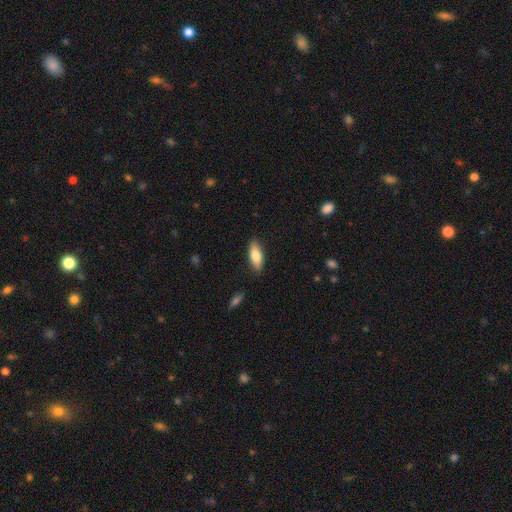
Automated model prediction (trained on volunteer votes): A smooth galaxy with no disk features (77%) that is in between round and cigar-shaped (71%).

Vote fractions:
- Smooth or featured? smooth: 77% / featured or disk: 17% / star or artifact: 6%
- How rounded? in between: 71% / cigar-shaped: 27% / round: 2%
- Merging? none: 87% / minor disturbance: 10% / major disturbance: 2% / merger: 1%